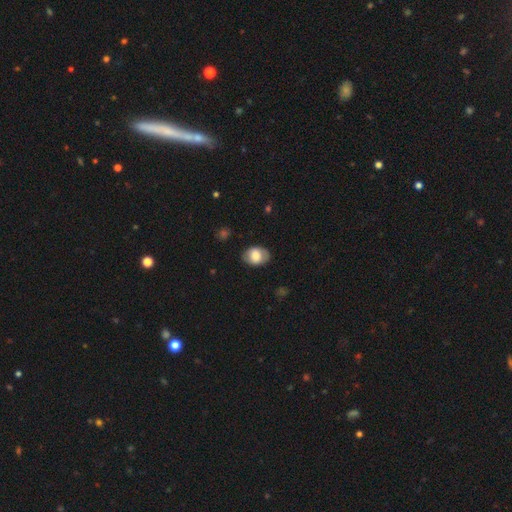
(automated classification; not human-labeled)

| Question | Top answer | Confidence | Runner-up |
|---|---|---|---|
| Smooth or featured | smooth | 72% | featured or disk (21%) |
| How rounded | in between | 72% | round (27%) |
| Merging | none | 80% | minor disturbance (15%) |